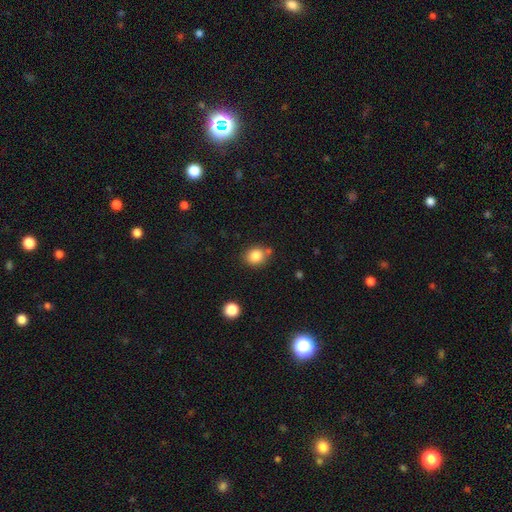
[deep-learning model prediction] Smooth or featured? smooth (85%)
How rounded? round (71%)
Merging? none (72%)